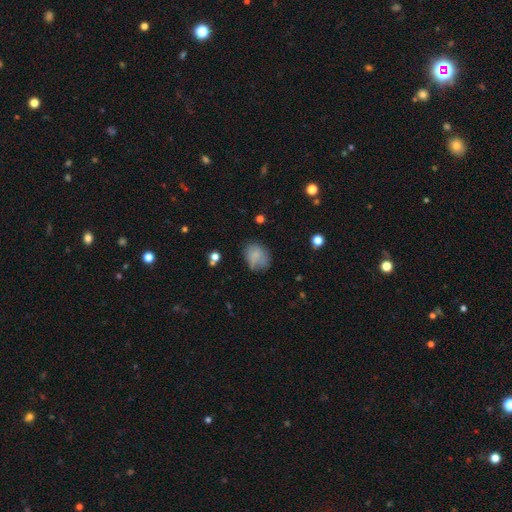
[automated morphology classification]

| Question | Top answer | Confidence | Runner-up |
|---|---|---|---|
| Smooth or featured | smooth | 73% | featured or disk (16%) |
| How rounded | round | 52% | in between (47%) |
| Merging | none | 56% | minor disturbance (28%) |